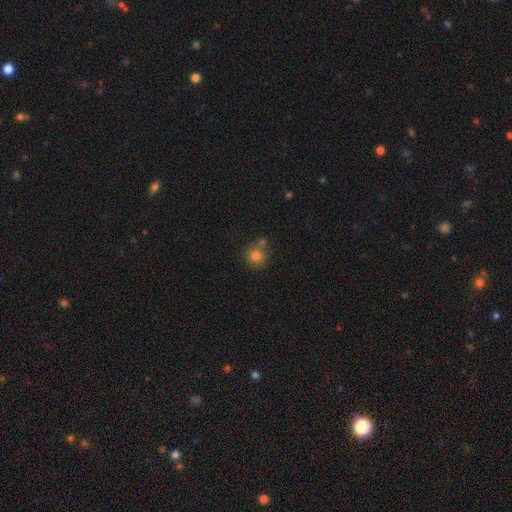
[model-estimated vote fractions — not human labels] smooth-or-featured: smooth: 79% | star or artifact: 13% | featured or disk: 8%
  how-rounded: round: 90% | in between: 9% | cigar-shaped: 1%
  merging: none: 64% | merger: 21% | minor disturbance: 11% | major disturbance: 3%